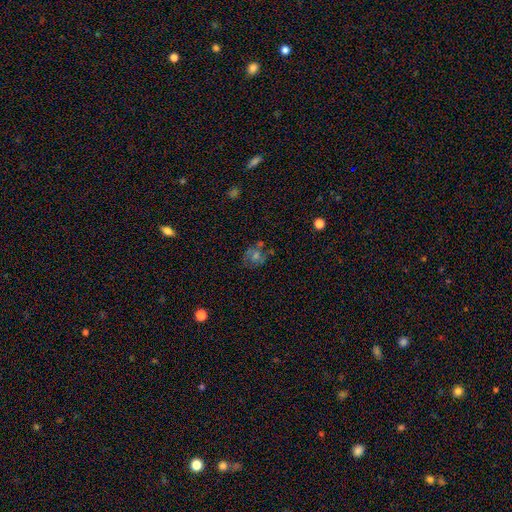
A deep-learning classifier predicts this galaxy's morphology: featured or disk 40%, smooth 38%, star or artifact 21%. Down the decision tree: merging — none (63%).